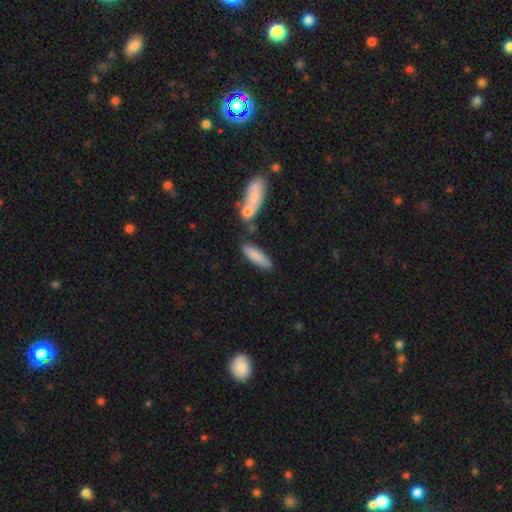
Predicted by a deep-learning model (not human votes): This is clearly a smooth galaxy (81%). How rounded: likely cigar-shaped (64%). Merging: likely none (70%).